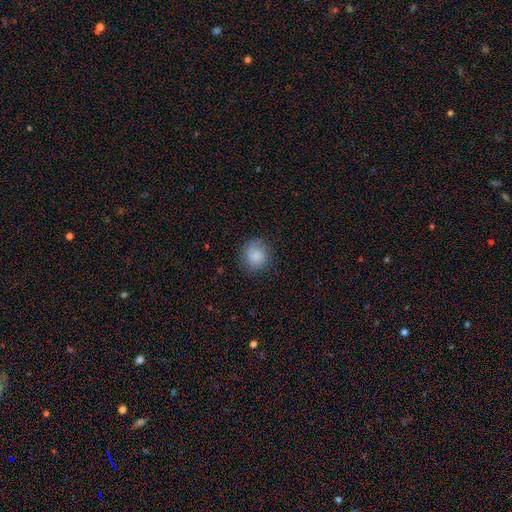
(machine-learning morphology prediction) A smooth galaxy with no disk features (84%) that is round (84%). Merging: none (81%).